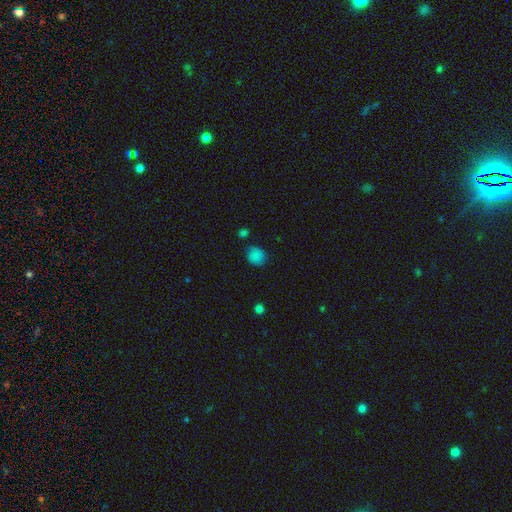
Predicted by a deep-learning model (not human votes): Smooth or featured? smooth (83%)
How rounded? round (73%)
Merging? none (75%)